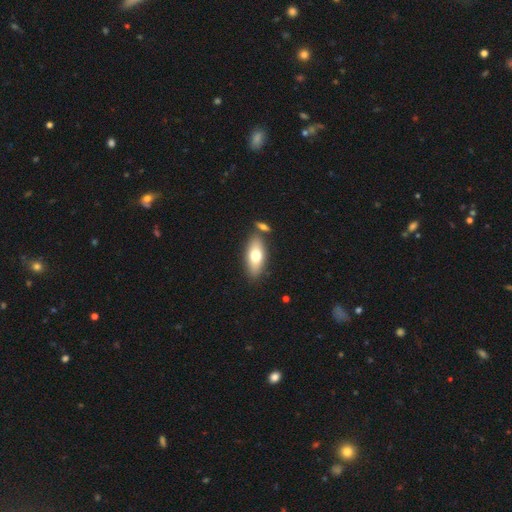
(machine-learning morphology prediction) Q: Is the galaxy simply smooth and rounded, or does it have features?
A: smooth — 67%.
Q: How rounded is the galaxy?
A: in between — 78%.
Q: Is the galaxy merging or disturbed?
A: none — 76%.